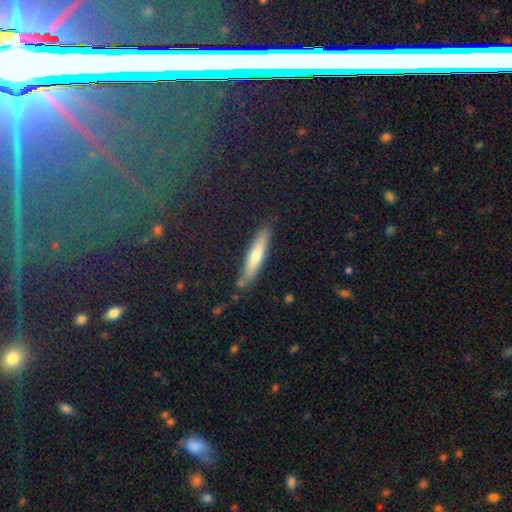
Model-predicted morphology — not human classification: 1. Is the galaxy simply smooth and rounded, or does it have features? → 59% smooth, 33% featured or disk, 8% star or artifact.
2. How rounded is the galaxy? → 87% cigar-shaped, 11% in between, 2% round.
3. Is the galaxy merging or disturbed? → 85% none, 11% minor disturbance, 2% merger, 2% major disturbance.